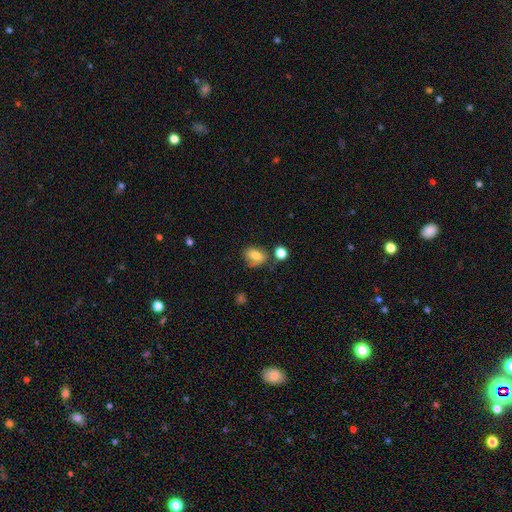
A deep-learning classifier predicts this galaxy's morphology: smooth-or-featured: smooth: 74% | featured or disk: 15% | star or artifact: 11%
  how-rounded: in between: 66% | round: 33% | cigar-shaped: 2%
  merging: none: 57% | minor disturbance: 25% | merger: 9% | major disturbance: 9%